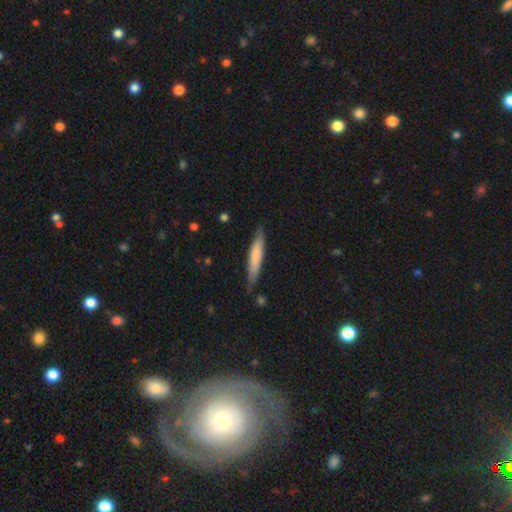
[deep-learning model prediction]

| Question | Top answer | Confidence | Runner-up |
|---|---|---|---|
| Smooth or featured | smooth | 66% | featured or disk (29%) |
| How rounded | cigar-shaped | 91% | in between (8%) |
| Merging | none | 79% | minor disturbance (17%) |